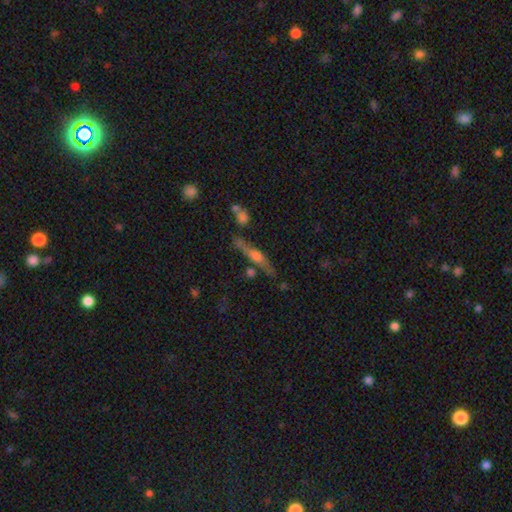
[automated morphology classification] This is possibly a featured or disk galaxy (54%). It is clearly viewed edge-on (88%). Merging: likely none (66%).